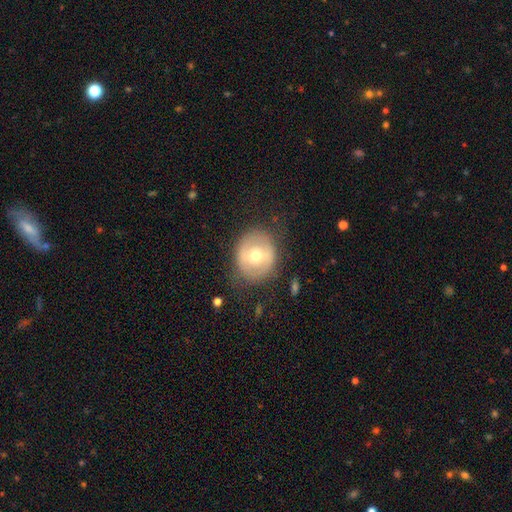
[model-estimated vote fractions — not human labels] smooth 47%, featured or disk 46%, star or artifact 7%. Down the decision tree: merging — none (78%).